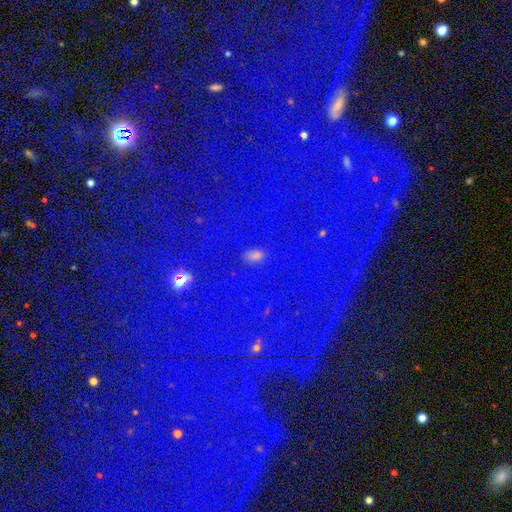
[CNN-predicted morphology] A star or artifact, not a galaxy (45%, tied with smooth).